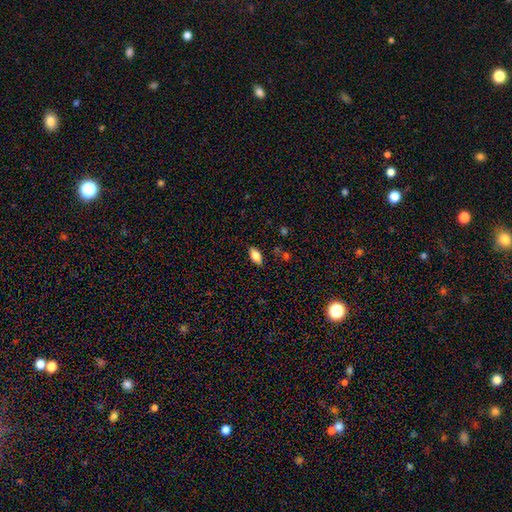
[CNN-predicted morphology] Smooth or featured? smooth (79%)
How rounded? in between (90%)
Merging? none (86%)